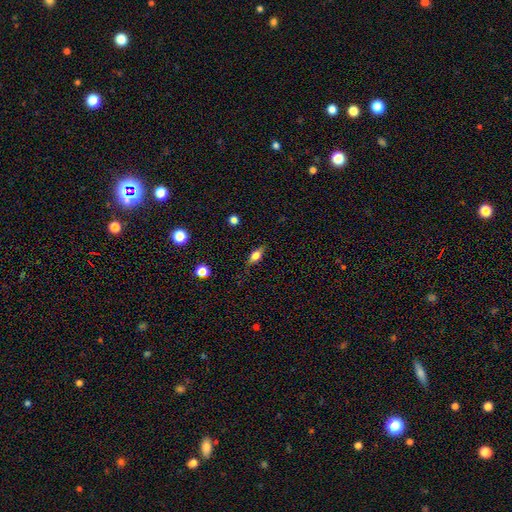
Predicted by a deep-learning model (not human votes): smooth_or_featured: smooth (p=0.67) [alt: featured or disk p=0.24]
how_rounded: in between (p=0.75) [alt: cigar-shaped p=0.16]
merging: none (p=0.80) [alt: minor disturbance p=0.15]